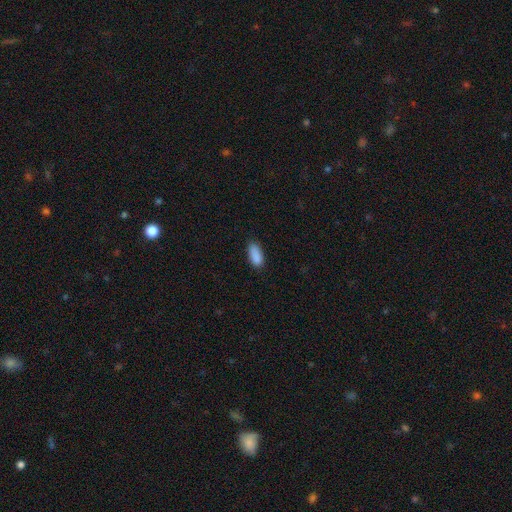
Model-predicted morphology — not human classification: smooth-or-featured: smooth: 89% | star or artifact: 8% | featured or disk: 3%
  how-rounded: in between: 87% | cigar-shaped: 11% | round: 2%
  merging: none: 79% | minor disturbance: 17% | major disturbance: 3% | merger: 1%